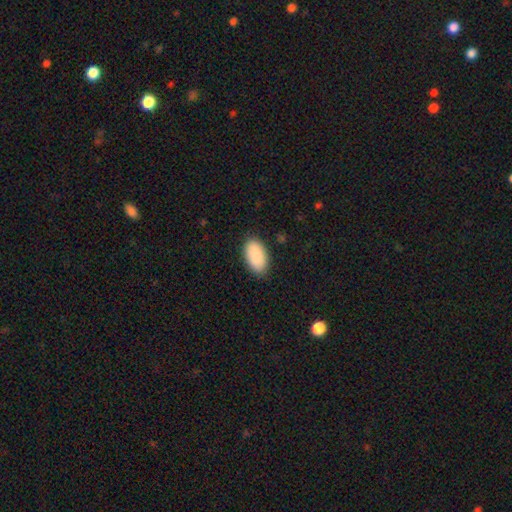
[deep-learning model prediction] Q: Smooth or featured?
A: smooth (91%); runner-up: star or artifact (6%)
Q: How rounded?
A: in between (96%); runner-up: round (3%)
Q: Merging?
A: none (87%); runner-up: minor disturbance (10%)